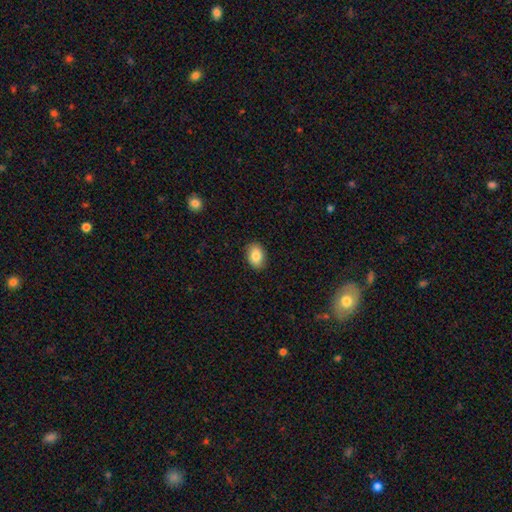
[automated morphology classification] Smooth or featured: smooth — 85% (featured or disk — 7%)
How rounded: in between — 82% (round — 17%)
Merging: none — 89% (minor disturbance — 8%)